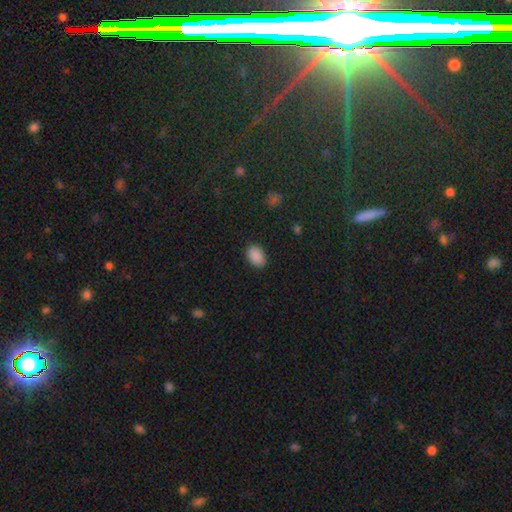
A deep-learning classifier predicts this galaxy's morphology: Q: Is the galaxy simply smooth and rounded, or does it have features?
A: smooth — 89%.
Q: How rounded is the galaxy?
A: in between — 87%.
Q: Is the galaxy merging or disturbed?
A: none — 86%.